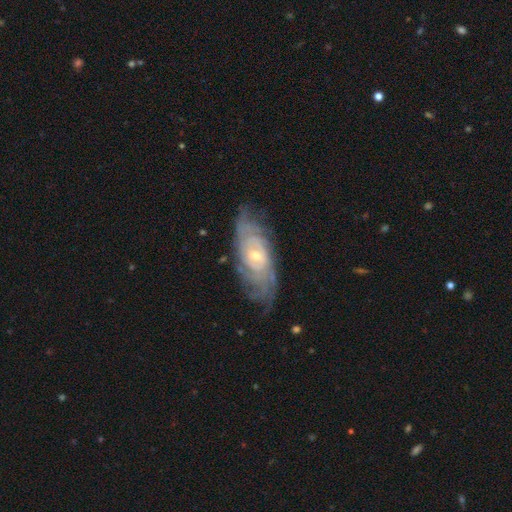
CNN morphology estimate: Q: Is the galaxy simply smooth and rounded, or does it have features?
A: featured or disk — 86%.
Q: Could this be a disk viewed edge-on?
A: no — 92%.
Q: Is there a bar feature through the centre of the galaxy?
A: no — 63%.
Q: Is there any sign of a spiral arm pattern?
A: yes — 95%.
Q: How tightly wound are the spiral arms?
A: tight — 75%.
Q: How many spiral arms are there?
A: can't tell — 43%.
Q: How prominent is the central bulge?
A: small — 59%.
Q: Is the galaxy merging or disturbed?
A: none — 73%.